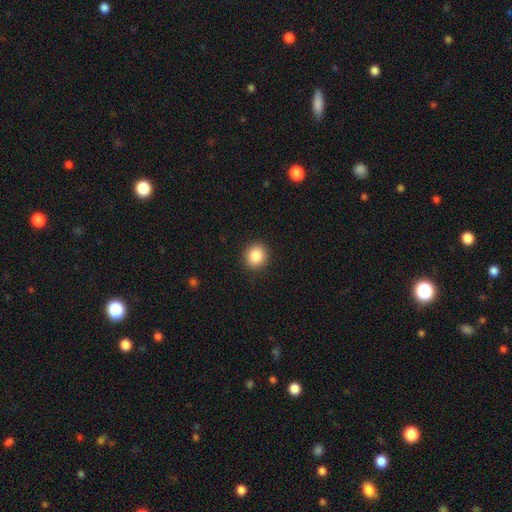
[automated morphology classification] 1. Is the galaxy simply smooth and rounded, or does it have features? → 86% smooth, 9% star or artifact, 5% featured or disk.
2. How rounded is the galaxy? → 84% round, 15% in between, 1% cigar-shaped.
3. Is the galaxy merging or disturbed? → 91% none, 6% minor disturbance, 2% major disturbance, 1% merger.